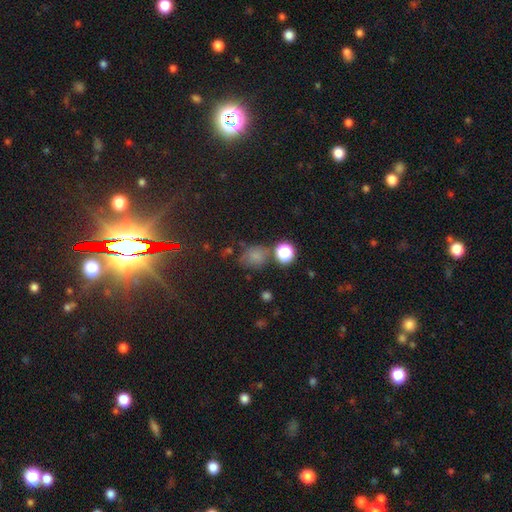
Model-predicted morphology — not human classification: Smooth or featured: smooth — 68% (star or artifact — 23%)
How rounded: round — 63% (in between — 36%)
Merging: none — 57% (minor disturbance — 21%)